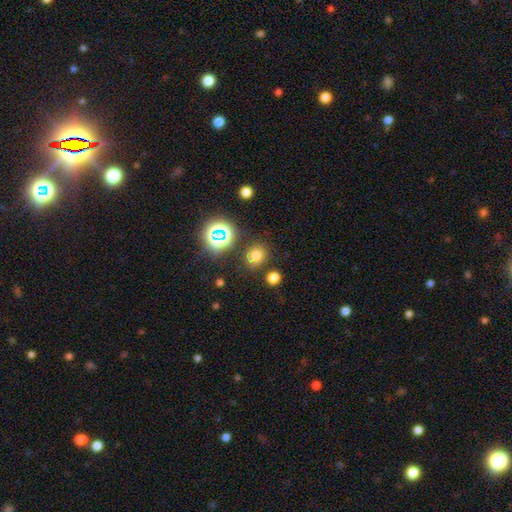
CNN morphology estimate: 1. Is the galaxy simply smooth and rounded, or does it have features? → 70% smooth, 22% star or artifact, 8% featured or disk.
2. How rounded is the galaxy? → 64% round, 35% in between, 1% cigar-shaped.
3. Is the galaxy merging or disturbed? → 80% none, 11% minor disturbance, 5% merger, 4% major disturbance.